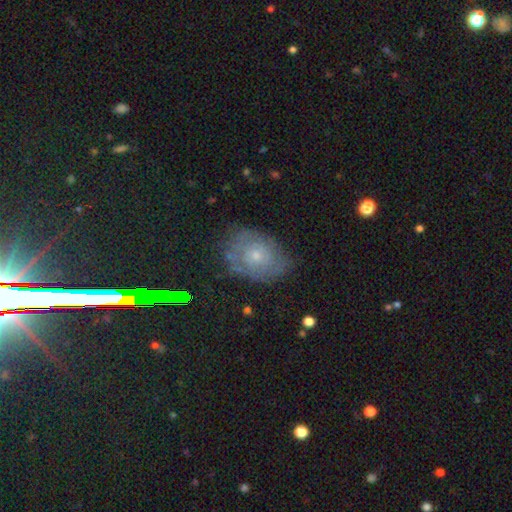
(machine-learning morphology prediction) A featured or disk galaxy (49%). Merging: none (67%).